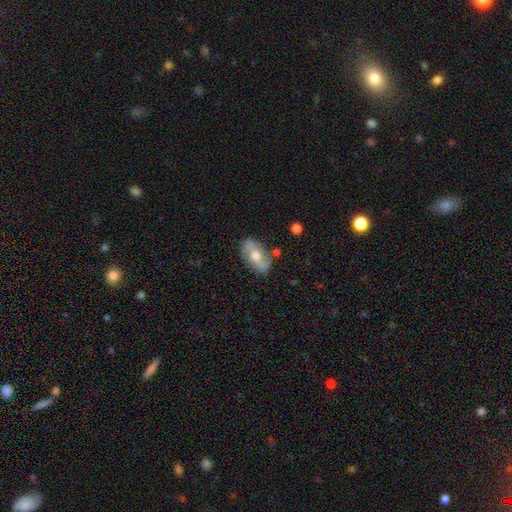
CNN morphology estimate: featured or disk 58%, smooth 36%, star or artifact 7%. Down the decision tree: edge-on disk — no (85%); merging — none (79%).